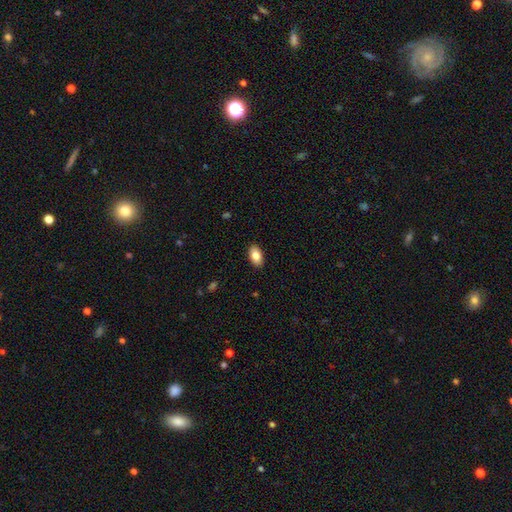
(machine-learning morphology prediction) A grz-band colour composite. It shows a smooth galaxy with no disk features (84%) that is in between round and cigar-shaped (93%). Merging: none (90%).